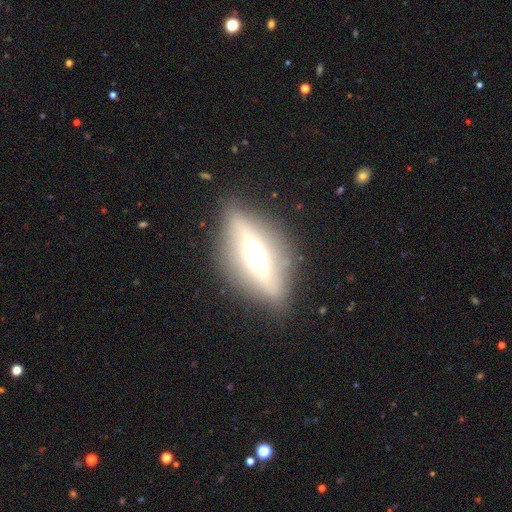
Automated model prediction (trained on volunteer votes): This is likely a featured or disk galaxy (72%). It is clearly viewed edge-on (85%). Edge-on bulge: clearly rounded (82%). Merging: clearly none (82%).